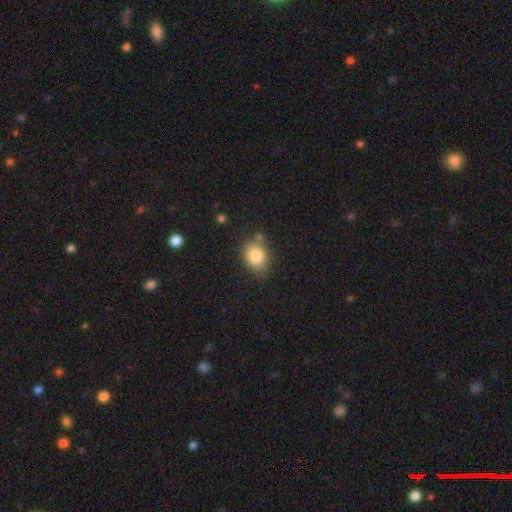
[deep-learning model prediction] smooth-or-featured: smooth: 82% | featured or disk: 9% | star or artifact: 9%
  how-rounded: in between: 63% | round: 36% | cigar-shaped: 1%
  merging: none: 71% | minor disturbance: 18% | merger: 7% | major disturbance: 4%